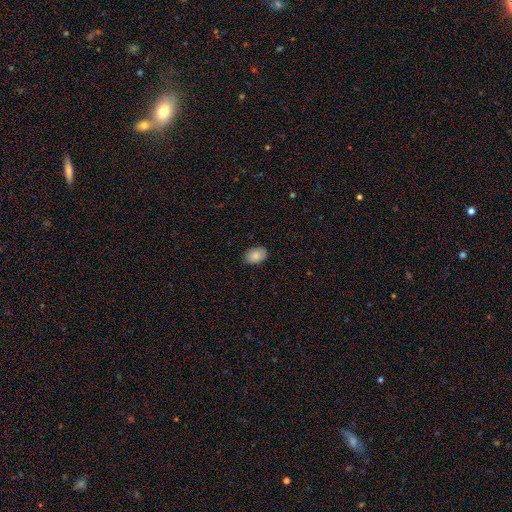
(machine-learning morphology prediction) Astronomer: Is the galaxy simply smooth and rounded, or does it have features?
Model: smooth — 86%.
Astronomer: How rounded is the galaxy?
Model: in between — 86%.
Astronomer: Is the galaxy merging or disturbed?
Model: none — 88%.